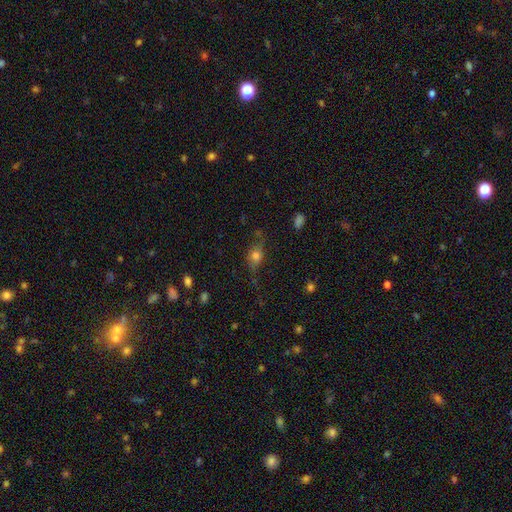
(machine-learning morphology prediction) Overall: smooth (65%). How rounded: in between (64%; round 29%). Merging: none (61%; minor disturbance 25%).